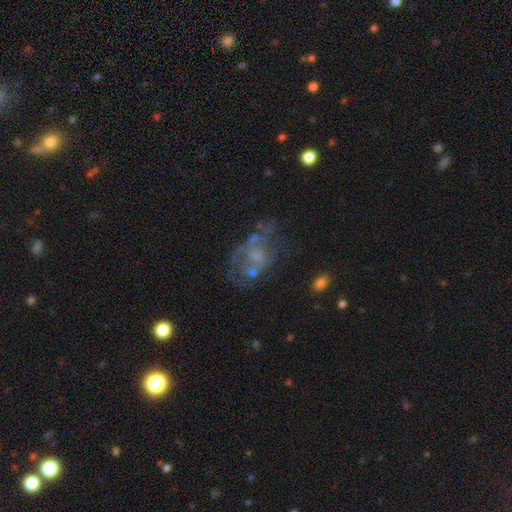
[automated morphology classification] A featured or disk galaxy (63%) with no bar (81%), no spiral arms (69%) and no central bulge (39%).

Vote fractions:
- Smooth or featured? featured or disk: 63% / smooth: 23% / star or artifact: 14%
- Edge-on disk? no: 97% / yes: 3%
- Bar? no: 81% / weak: 15% / strong: 3%
- Spiral arms? no: 69% / yes: 31%
- Bulge size? none: 39% / small: 31% / moderate: 25% / large: 4% / dominant: 1%
- Merging? none: 35% / major disturbance: 34% / minor disturbance: 19% / merger: 12%